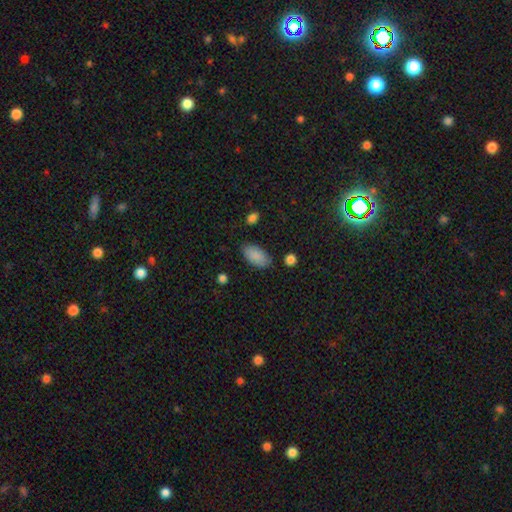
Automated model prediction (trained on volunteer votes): Morphology: type=smooth (88%); roundness=in between (94%); merging=none (80%).